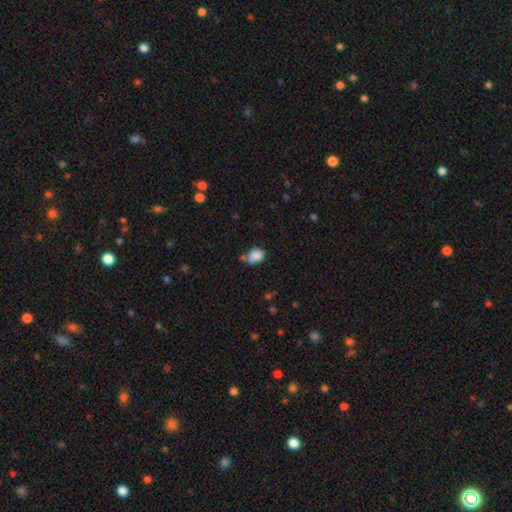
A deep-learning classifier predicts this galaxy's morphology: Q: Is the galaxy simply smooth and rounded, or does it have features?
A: smooth — 83%.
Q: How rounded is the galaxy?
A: in between — 71%.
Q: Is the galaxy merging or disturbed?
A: none — 44%.